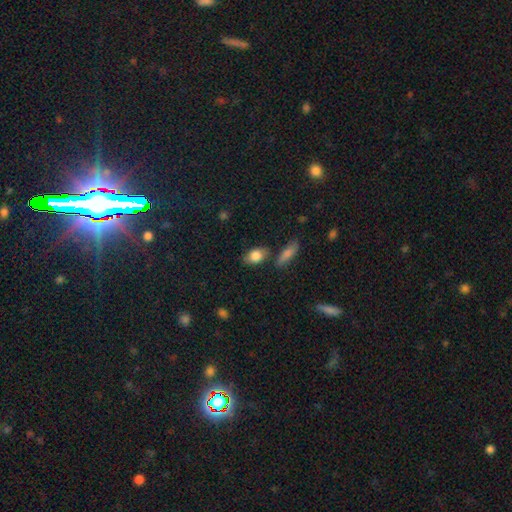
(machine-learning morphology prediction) Overall: smooth (83%). How rounded: in between (79%). Merging: none (72%).